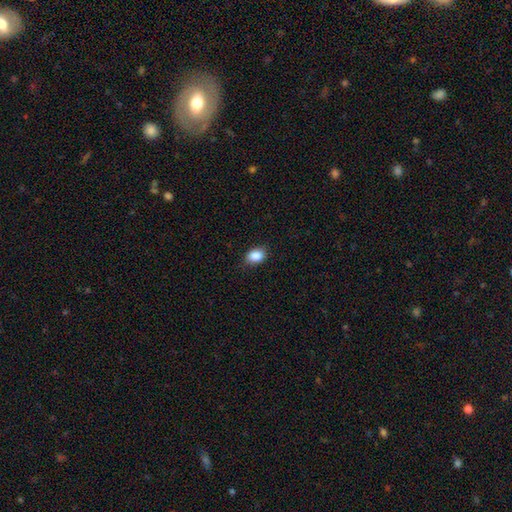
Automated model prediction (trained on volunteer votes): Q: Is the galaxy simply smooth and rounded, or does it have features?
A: smooth — 87%.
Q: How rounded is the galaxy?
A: in between — 73%.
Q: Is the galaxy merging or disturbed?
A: none — 82%.